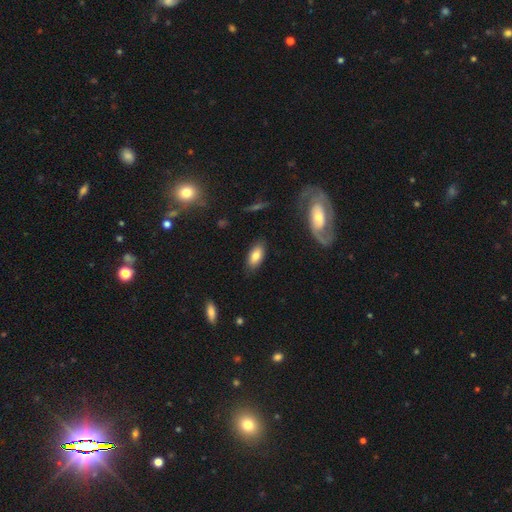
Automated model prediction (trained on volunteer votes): Smooth or featured?
  - smooth: 78% *
  - featured or disk: 14%
  - star or artifact: 7%
How rounded?
  - in between: 91% *
  - cigar-shaped: 6%
  - round: 3%
Merging?
  - none: 84% *
  - minor disturbance: 11%
  - major disturbance: 3%
  - merger: 2%